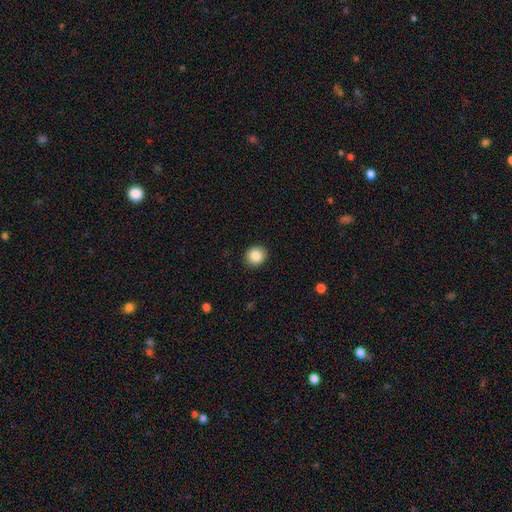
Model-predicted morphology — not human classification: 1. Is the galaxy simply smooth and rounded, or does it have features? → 87% smooth, 9% star or artifact, 4% featured or disk.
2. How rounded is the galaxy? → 81% round, 18% in between, 1% cigar-shaped.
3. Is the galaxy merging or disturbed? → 91% none, 6% minor disturbance, 2% major disturbance, 1% merger.